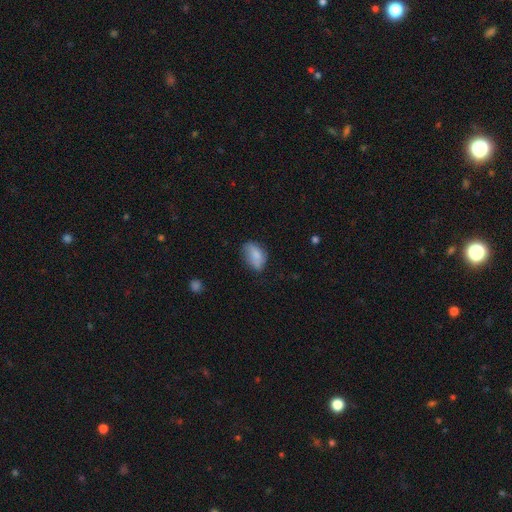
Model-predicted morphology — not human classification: A smooth galaxy with no disk features (75%) that is in between round and cigar-shaped (88%). Merging: none (54%).